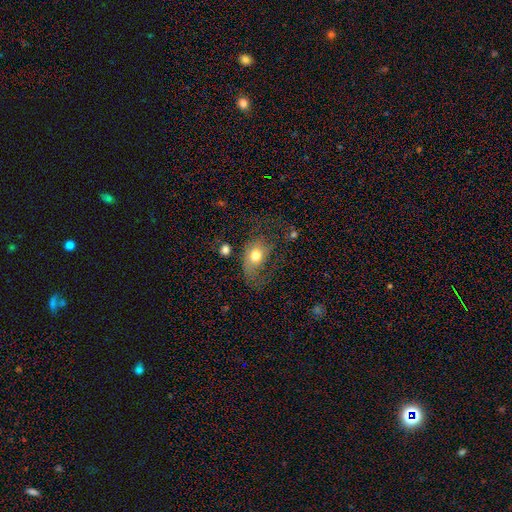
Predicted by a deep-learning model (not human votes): Morphology: type=smooth (65%); roundness=in between (60%); merging=major disturbance (39%).